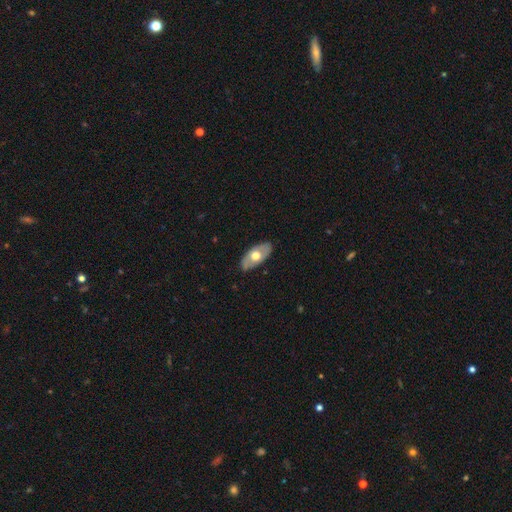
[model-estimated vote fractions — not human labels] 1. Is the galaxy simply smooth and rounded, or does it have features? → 52% smooth, 43% featured or disk, 5% star or artifact.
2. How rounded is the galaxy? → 91% in between, 5% cigar-shaped, 4% round.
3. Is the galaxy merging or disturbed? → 83% none, 13% minor disturbance, 2% major disturbance, 1% merger.